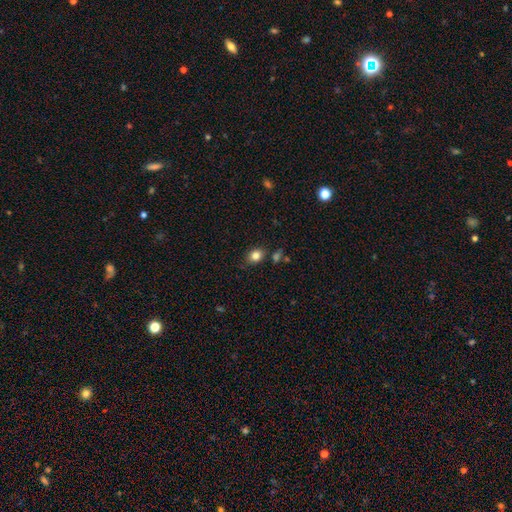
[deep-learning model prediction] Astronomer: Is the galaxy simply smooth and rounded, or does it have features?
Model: smooth — 82%.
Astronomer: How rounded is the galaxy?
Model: in between — 57% (runner-up: round, 42%).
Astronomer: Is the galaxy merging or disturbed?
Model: none — 78%.